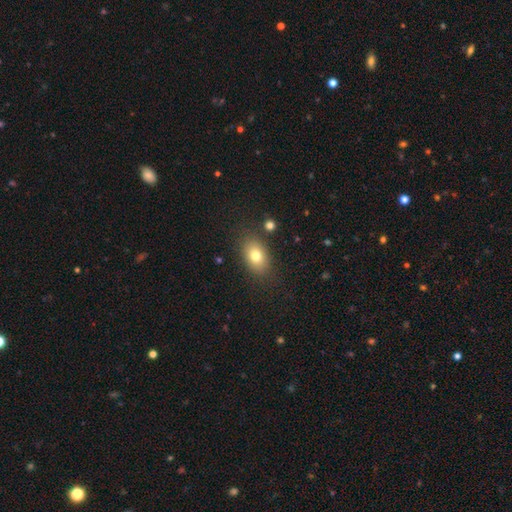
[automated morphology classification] The model was most divided on "how rounded": in between: 80%, round: 18%, cigar-shaped: 2%. More confident: merging — none (82%); smooth or featured — smooth (77%).